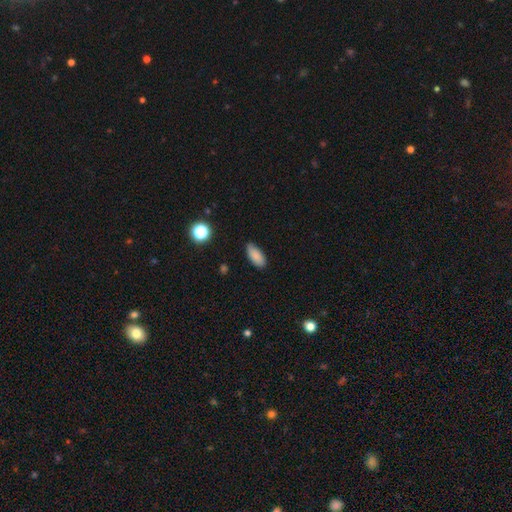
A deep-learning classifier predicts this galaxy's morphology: Q: Smooth or featured?
A: smooth (85%); runner-up: star or artifact (9%)
Q: How rounded?
A: in between (88%); runner-up: cigar-shaped (9%)
Q: Merging?
A: none (78%); runner-up: minor disturbance (18%)